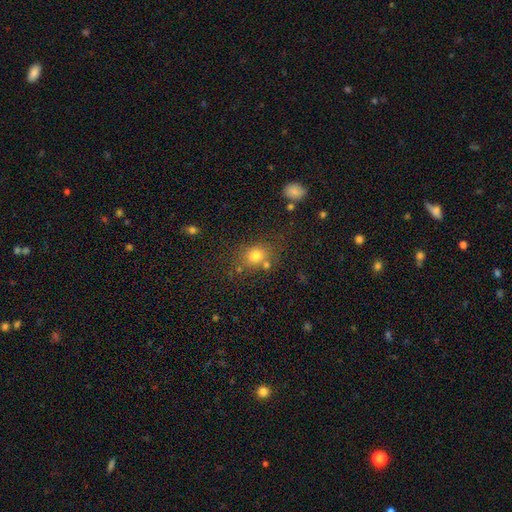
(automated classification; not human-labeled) Morphology: type=smooth (77%); roundness=round (60%); merging=none (68%).